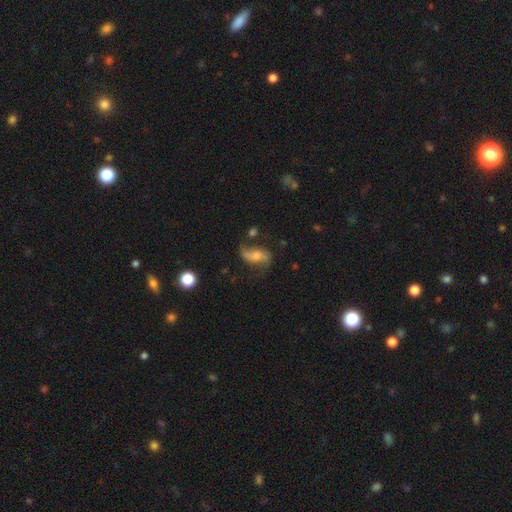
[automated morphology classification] smooth-or-featured: featured or disk: 72% | smooth: 19% | star or artifact: 9%
  disk-edge-on: no: 96% | yes: 4%
    bar: no: 50% | weak: 37% | strong: 13%
    has-spiral-arms: yes: 92% | no: 8%
      spiral-winding: loose: 77% | medium: 18% | tight: 4%
      spiral-arm-count: 2: 88% | 1: 6% | can't tell: 3% | 3: 1% | 4: 1% | more than 4: 1%
    bulge-size: moderate: 37% | small: 34% | none: 18% | large: 10% | dominant: 2%
  merging: none: 57% | minor disturbance: 21% | major disturbance: 15% | merger: 6%